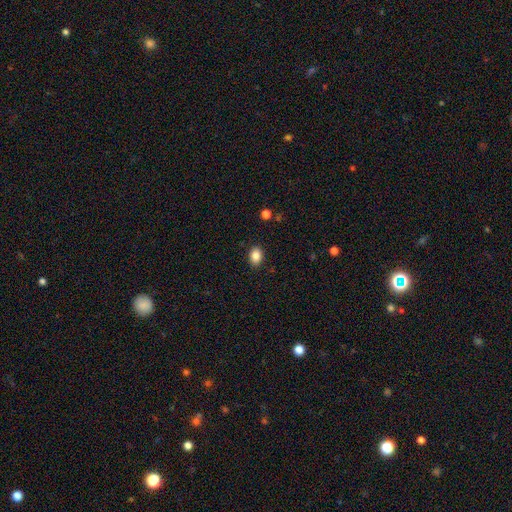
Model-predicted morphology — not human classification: A smooth galaxy with no disk features (86%) that is in between round and cigar-shaped (74%). Merging: none (89%).